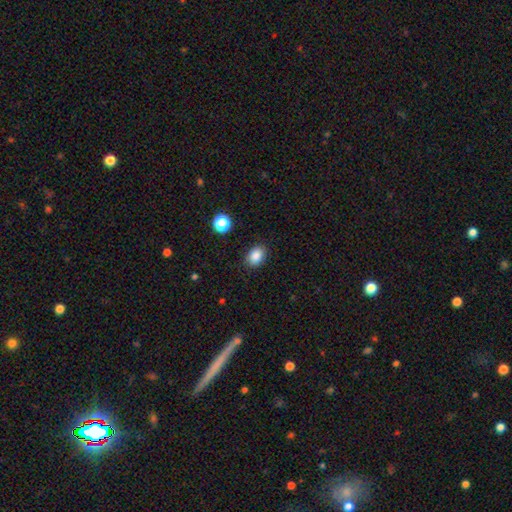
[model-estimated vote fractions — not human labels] Smooth or featured: smooth — 86% (star or artifact — 9%)
How rounded: in between — 73% (round — 26%)
Merging: none — 87% (minor disturbance — 9%)